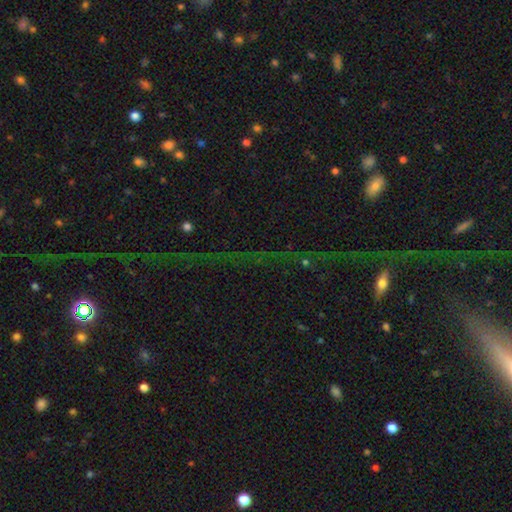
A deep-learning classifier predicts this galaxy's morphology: star or artifact 55%, featured or disk 24%, smooth 21%.